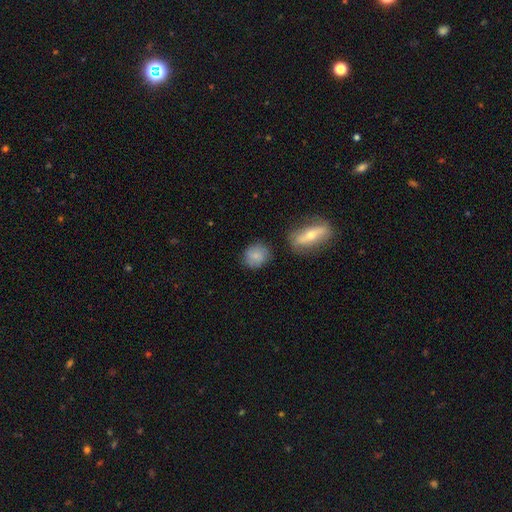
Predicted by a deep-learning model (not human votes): A smooth galaxy with no disk features (79%) that is round (73%).

Vote fractions:
- Smooth or featured? smooth: 79% / featured or disk: 13% / star or artifact: 8%
- How rounded? round: 73% / in between: 25% / cigar-shaped: 2%
- Merging? none: 77% / minor disturbance: 13% / merger: 6% / major disturbance: 4%